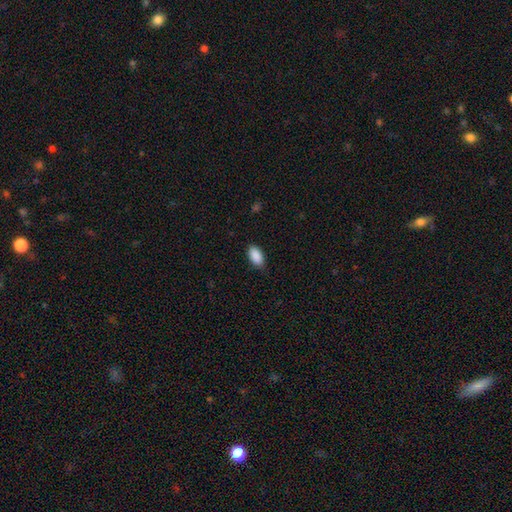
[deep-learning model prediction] smooth 91%, star or artifact 7%, featured or disk 3%. Down the decision tree: how rounded — in between (94%); merging — none (85%).